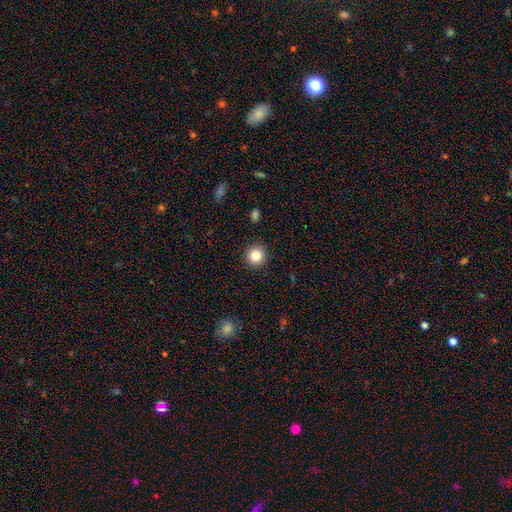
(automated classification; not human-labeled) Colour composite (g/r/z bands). It shows a smooth galaxy with no disk features (84%) that is round (95%). Merging: none (92%).